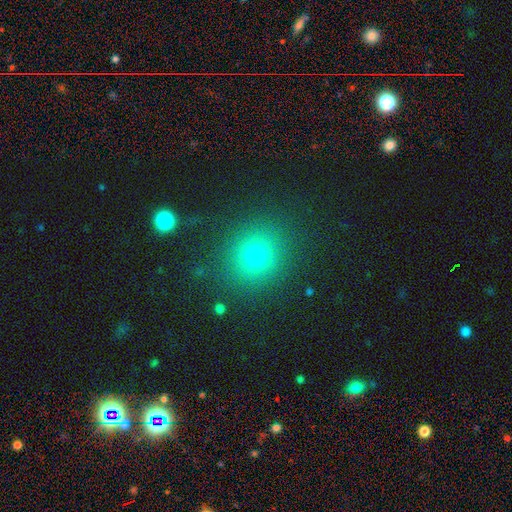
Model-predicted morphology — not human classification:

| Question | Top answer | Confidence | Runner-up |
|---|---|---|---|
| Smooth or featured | smooth | 72% | star or artifact (20%) |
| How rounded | round | 85% | in between (14%) |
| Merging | none | 86% | minor disturbance (8%) |